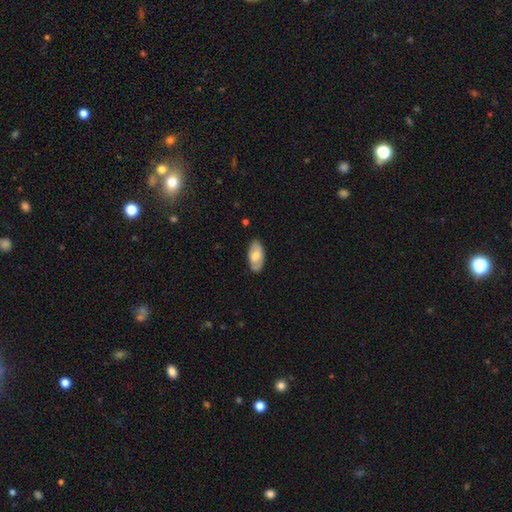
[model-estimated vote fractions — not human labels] smooth_or_featured: smooth (p=0.66) [alt: featured or disk p=0.29]
how_rounded: in between (p=0.93) [alt: cigar-shaped p=0.04]
merging: none (p=0.81) [alt: minor disturbance p=0.15]